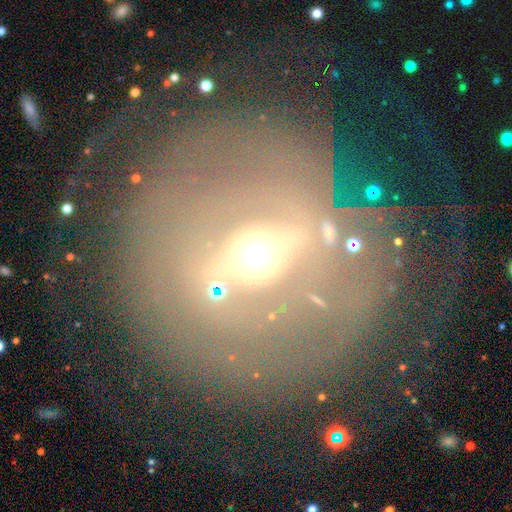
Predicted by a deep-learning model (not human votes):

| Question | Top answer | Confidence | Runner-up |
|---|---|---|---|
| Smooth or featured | featured or disk | 59% | smooth (26%) |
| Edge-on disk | no | 84% | yes (16%) |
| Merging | none | 66% | minor disturbance (14%) |